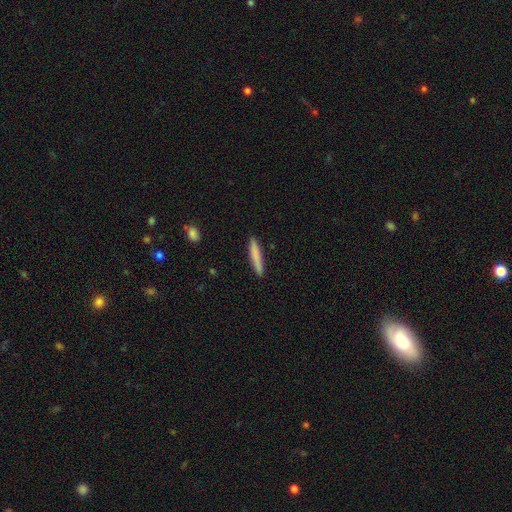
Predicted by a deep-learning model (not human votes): A smooth galaxy with no disk features (80%) that is cigar-shaped (94%). Merging: none (90%).